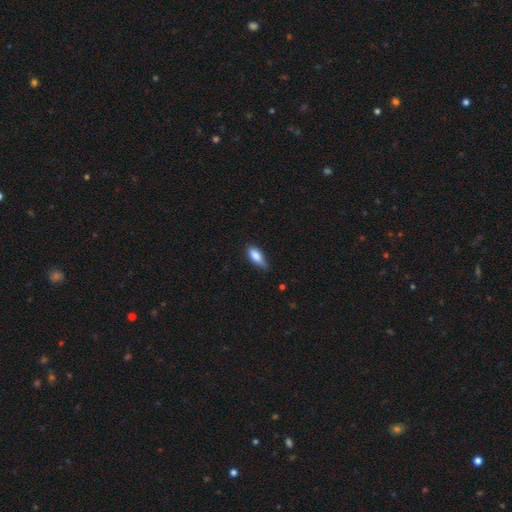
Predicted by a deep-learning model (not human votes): smooth-or-featured: smooth: 84% | featured or disk: 9% | star or artifact: 7%
  how-rounded: in between: 77% | cigar-shaped: 20% | round: 3%
  merging: none: 56% | minor disturbance: 37% | major disturbance: 6% | merger: 2%